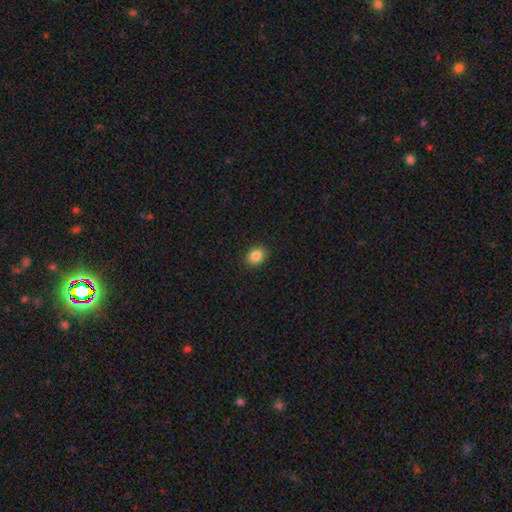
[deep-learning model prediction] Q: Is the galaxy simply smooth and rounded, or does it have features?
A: smooth — 86%.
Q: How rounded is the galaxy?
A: round — 51%.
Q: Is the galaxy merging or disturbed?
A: none — 90%.